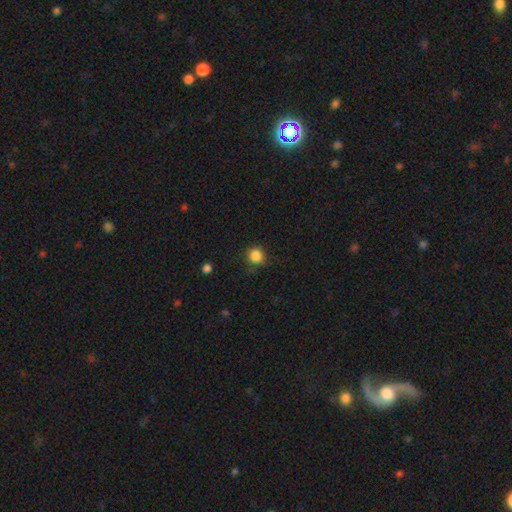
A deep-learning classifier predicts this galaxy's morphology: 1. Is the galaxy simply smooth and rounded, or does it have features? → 86% smooth, 11% star or artifact, 3% featured or disk.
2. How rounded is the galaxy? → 90% round, 9% in between, 1% cigar-shaped.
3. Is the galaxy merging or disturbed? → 80% none, 15% minor disturbance, 4% major disturbance, 1% merger.